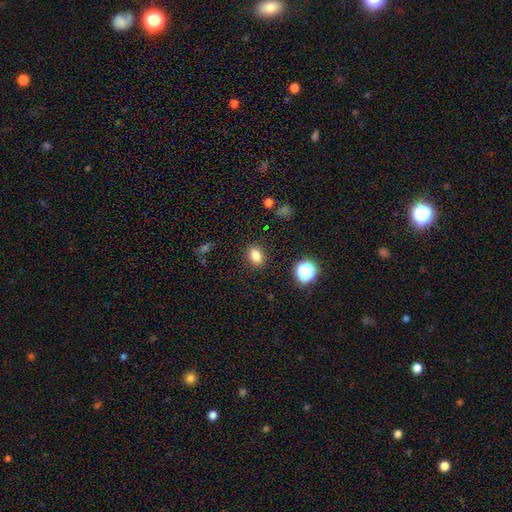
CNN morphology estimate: Smooth or featured?
  - smooth: 81% *
  - star or artifact: 13%
  - featured or disk: 5%
How rounded?
  - in between: 68% *
  - round: 31%
  - cigar-shaped: 1%
Merging?
  - none: 87% *
  - minor disturbance: 9%
  - major disturbance: 3%
  - merger: 1%